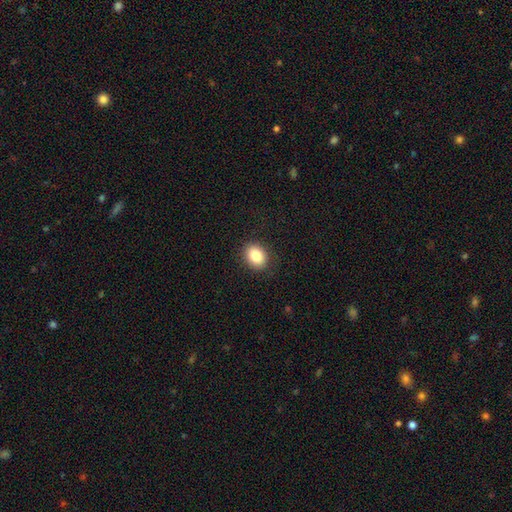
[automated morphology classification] Smooth or featured? smooth (83%)
How rounded? in between (53%)
Merging? none (89%)